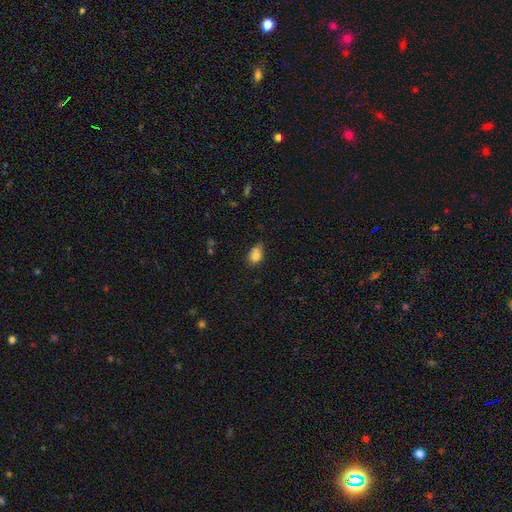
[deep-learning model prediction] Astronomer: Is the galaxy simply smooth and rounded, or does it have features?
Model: smooth — 80%.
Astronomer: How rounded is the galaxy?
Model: in between — 65%.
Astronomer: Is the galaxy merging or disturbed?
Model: none — 49% (runner-up: minor disturbance, 36%).